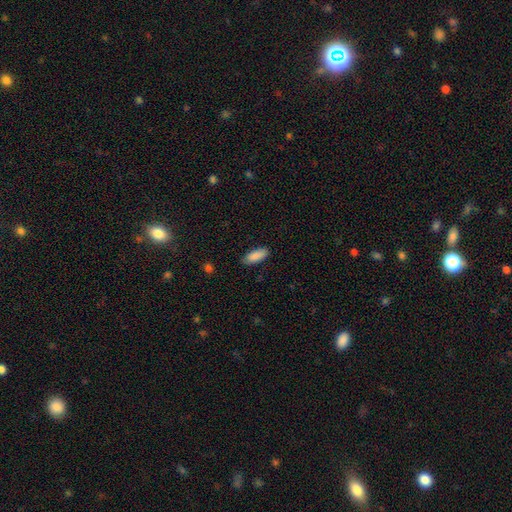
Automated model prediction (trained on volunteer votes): Smooth or featured?
  - smooth: 89% *
  - star or artifact: 6%
  - featured or disk: 5%
How rounded?
  - in between: 80% *
  - cigar-shaped: 18%
  - round: 2%
Merging?
  - none: 84% *
  - minor disturbance: 12%
  - major disturbance: 2%
  - merger: 1%